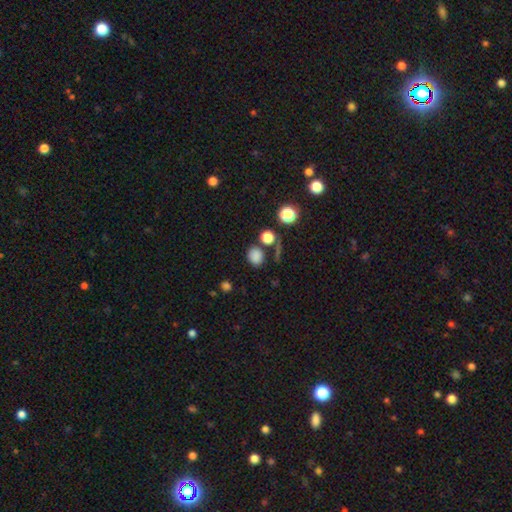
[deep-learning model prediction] smooth 81%, star or artifact 13%, featured or disk 5%. Down the decision tree: how rounded — round (57%); merging — none (71%).